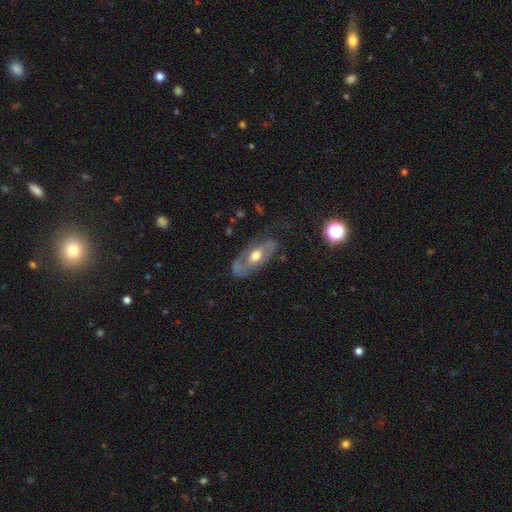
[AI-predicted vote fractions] This is likely a featured or disk galaxy (68%). It is clearly not viewed edge-on (86%). Bar: likely no (62%). Spiral arm pattern: likely yes (65%). Central bulge: likely moderate (72%). Merging: likely none (62%).